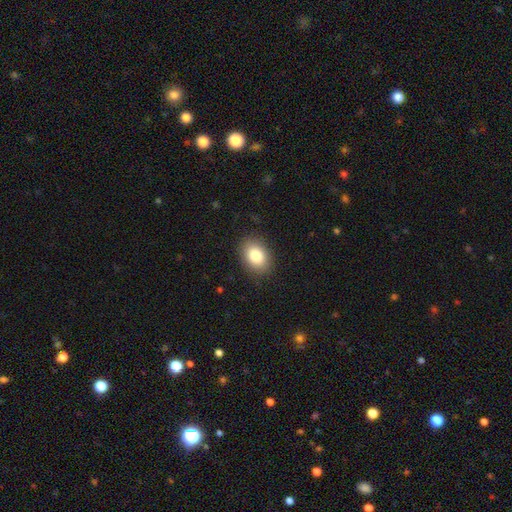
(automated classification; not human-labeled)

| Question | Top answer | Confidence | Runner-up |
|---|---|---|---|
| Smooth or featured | smooth | 83% | featured or disk (9%) |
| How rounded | in between | 77% | round (22%) |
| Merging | none | 87% | minor disturbance (9%) |